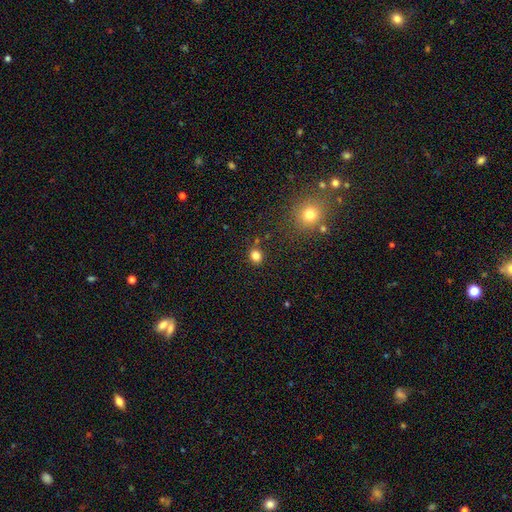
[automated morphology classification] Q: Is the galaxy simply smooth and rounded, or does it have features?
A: smooth — 81%.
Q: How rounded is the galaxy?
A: round — 70%.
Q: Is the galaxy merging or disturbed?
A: none — 82%.